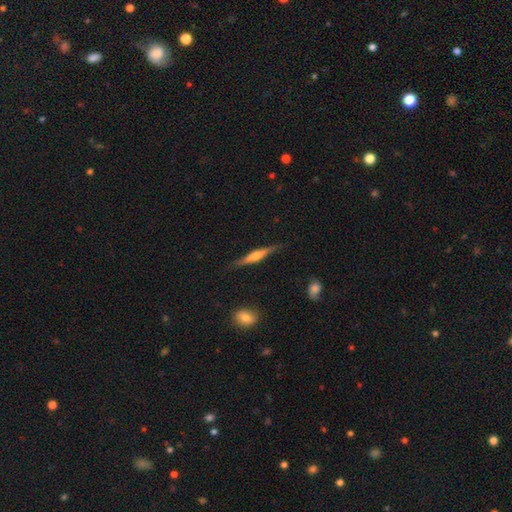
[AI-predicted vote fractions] Smooth or featured: featured or disk — 69% (smooth — 25%)
Edge-on disk: yes — 97% (no — 3%)
Edge-on bulge: rounded — 82% (boxy — 12%)
Merging: none — 85% (minor disturbance — 11%)